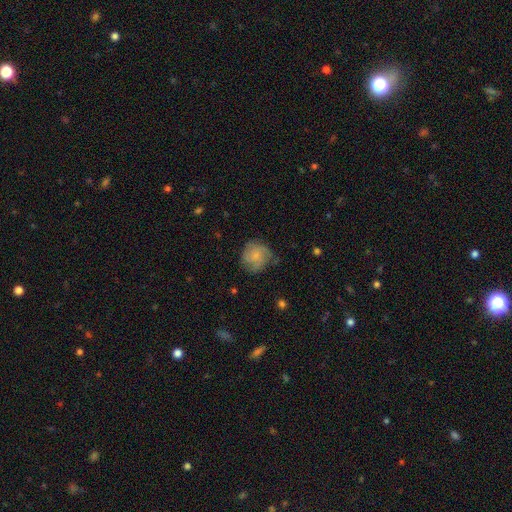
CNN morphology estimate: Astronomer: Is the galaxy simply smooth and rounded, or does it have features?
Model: smooth — 50% (runner-up: featured or disk, 41%).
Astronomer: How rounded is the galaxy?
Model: round — 83%.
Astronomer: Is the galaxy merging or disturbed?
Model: none — 65%.